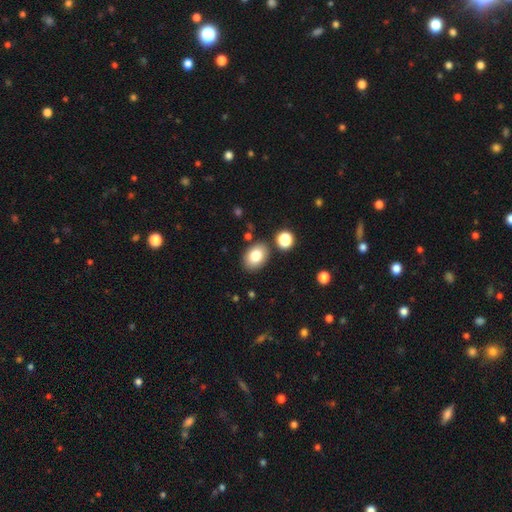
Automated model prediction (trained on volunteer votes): This is clearly a smooth galaxy (82%). How rounded: likely in between (79%). Merging: clearly none (83%).